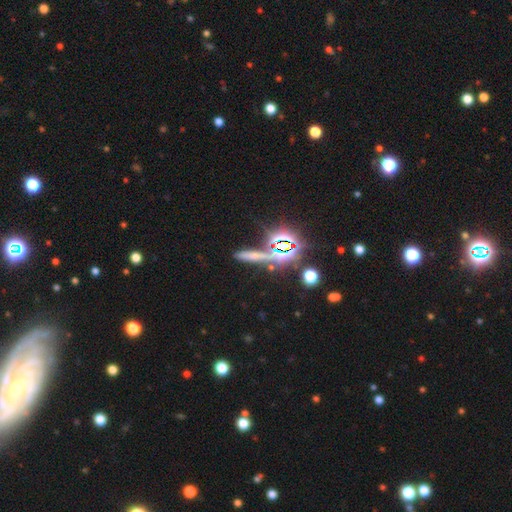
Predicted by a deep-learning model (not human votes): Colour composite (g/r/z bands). It shows a star or artifact, not a galaxy (44%).